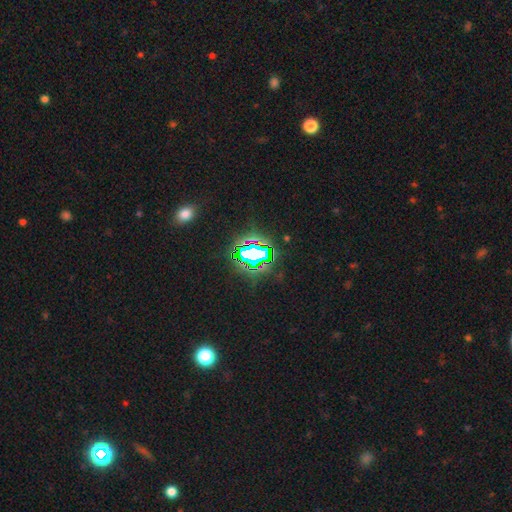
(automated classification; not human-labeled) Overall: star or artifact (78%).